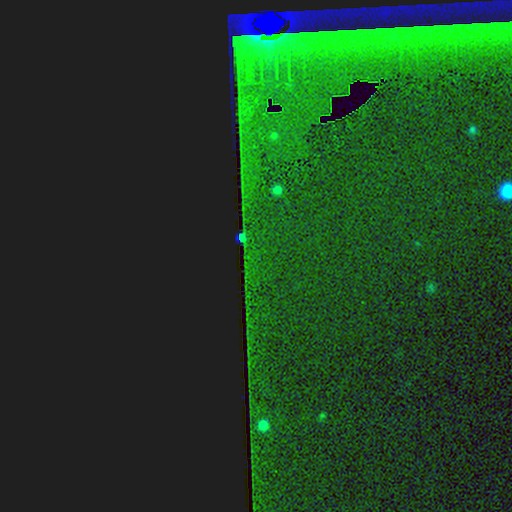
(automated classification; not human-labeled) Smooth or featured? star or artifact (86%)